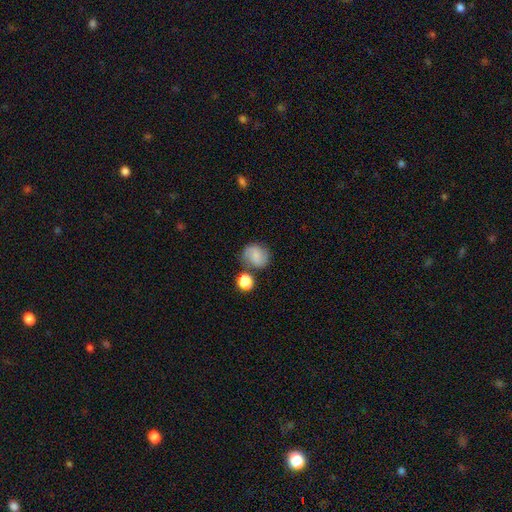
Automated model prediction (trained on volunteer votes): The model was most divided on "smooth or featured": smooth: 63%, featured or disk: 27%, star or artifact: 10%. More confident: how rounded — round (78%); merging — none (67%).